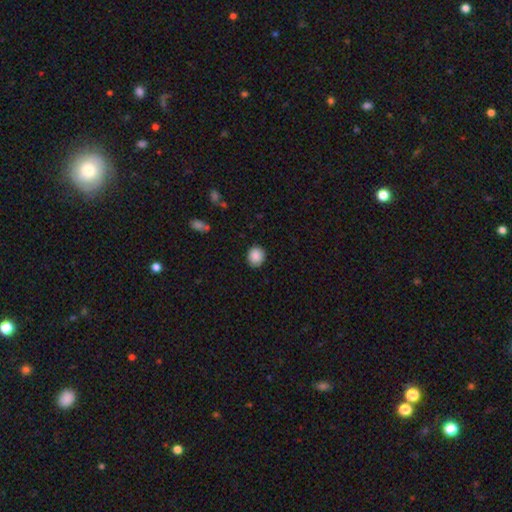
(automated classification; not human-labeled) smooth-or-featured: smooth: 88% | star or artifact: 8% | featured or disk: 3%
  how-rounded: round: 78% | in between: 21% | cigar-shaped: 1%
  merging: none: 88% | minor disturbance: 9% | major disturbance: 2% | merger: 1%